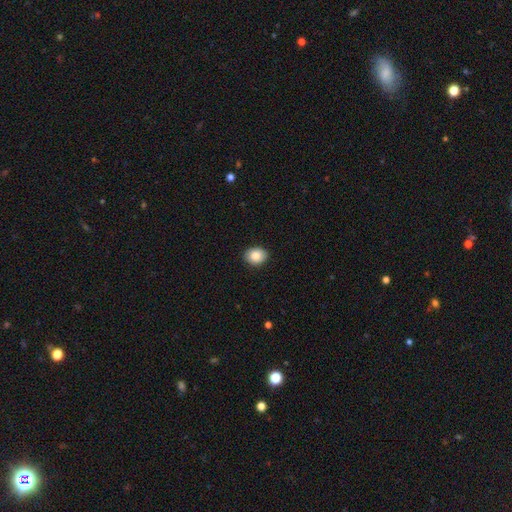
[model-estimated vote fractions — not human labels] Q: Smooth or featured?
A: smooth (85%); runner-up: star or artifact (8%)
Q: How rounded?
A: in between (52%); runner-up: round (47%)
Q: Merging?
A: none (90%); runner-up: minor disturbance (8%)